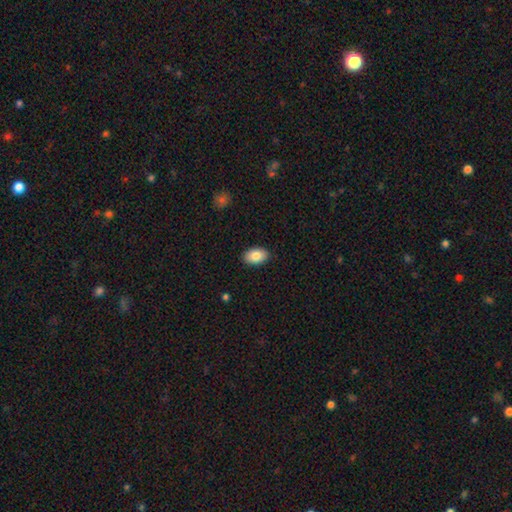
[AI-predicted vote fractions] Smooth or featured? smooth (85%)
How rounded? in between (90%)
Merging? none (89%)